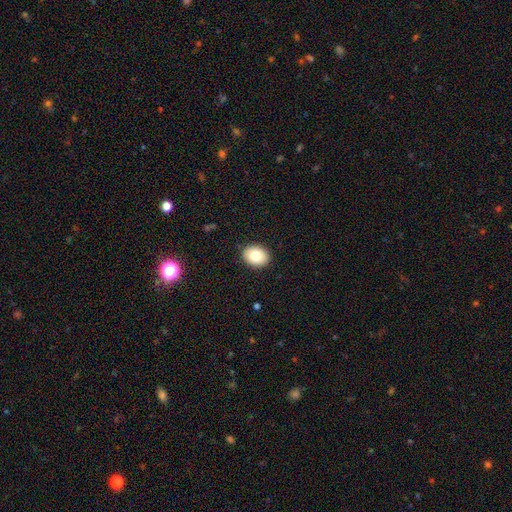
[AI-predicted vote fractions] This is likely a smooth galaxy (80%). How rounded: likely in between (62%). Merging: clearly none (90%).